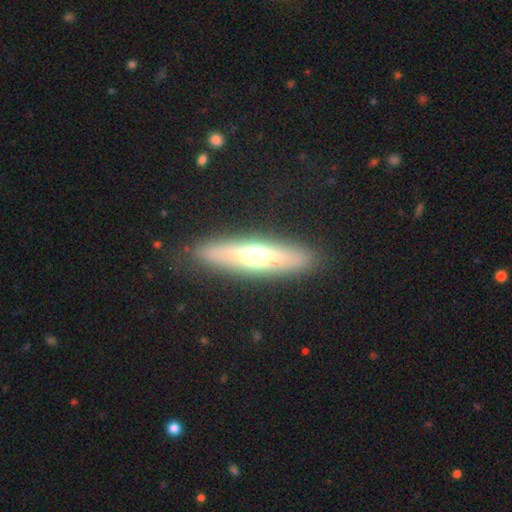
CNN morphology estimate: A featured or disk galaxy (50%). Merging: none (87%).